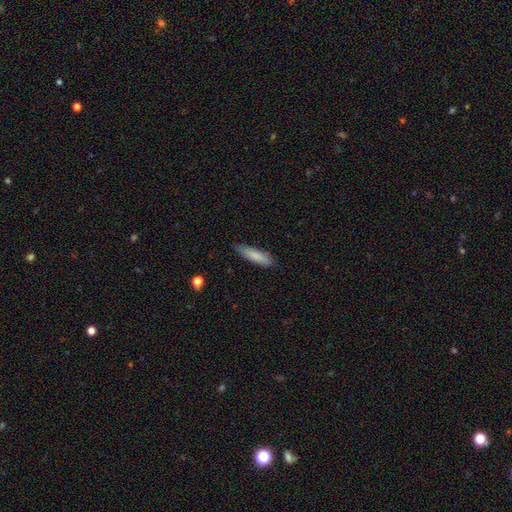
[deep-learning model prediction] The model was most divided on "how rounded": cigar-shaped: 72%, in between: 26%, round: 1%. More confident: merging — none (83%); smooth or featured — smooth (83%).